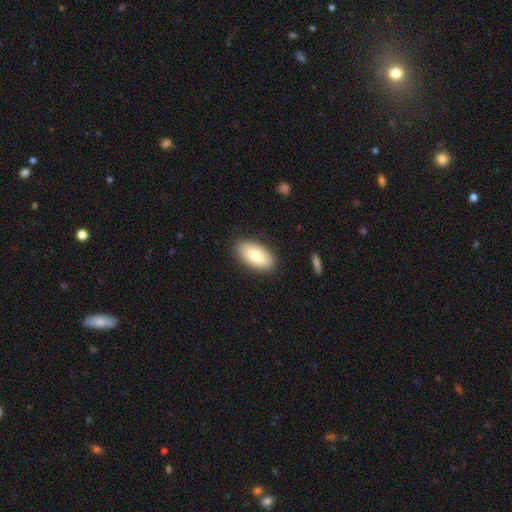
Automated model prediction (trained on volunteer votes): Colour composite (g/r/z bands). It shows a smooth galaxy with no disk features (78%) that is in between round and cigar-shaped (94%). Merging: none (87%).